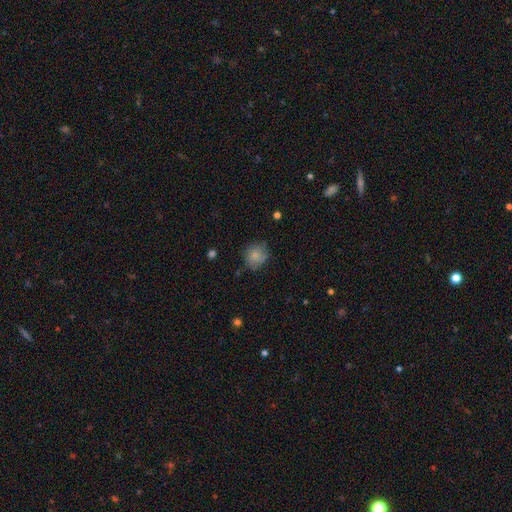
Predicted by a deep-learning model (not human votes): Q: Smooth or featured?
A: smooth (79%); runner-up: featured or disk (12%)
Q: How rounded?
A: round (74%); runner-up: in between (26%)
Q: Merging?
A: none (68%); runner-up: minor disturbance (24%)